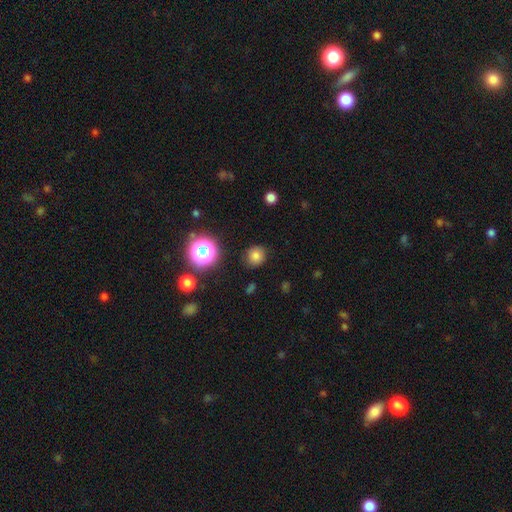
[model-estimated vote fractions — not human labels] This appears to be a smooth galaxy with no disk features (77%) that is round (86%). Merging: none (85%).